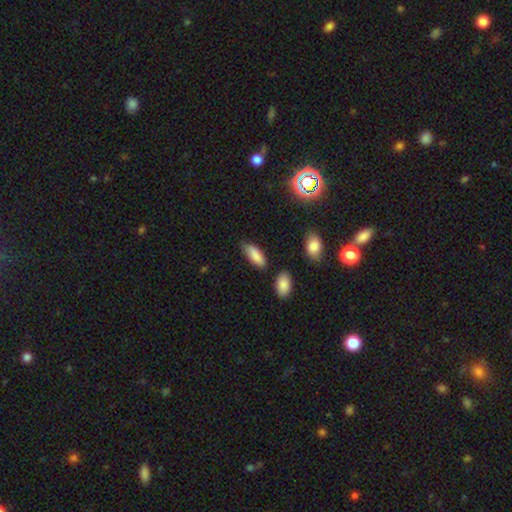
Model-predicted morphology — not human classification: Smooth or featured: smooth — 86% (star or artifact — 7%)
How rounded: in between — 77% (cigar-shaped — 21%)
Merging: none — 76% (minor disturbance — 17%)